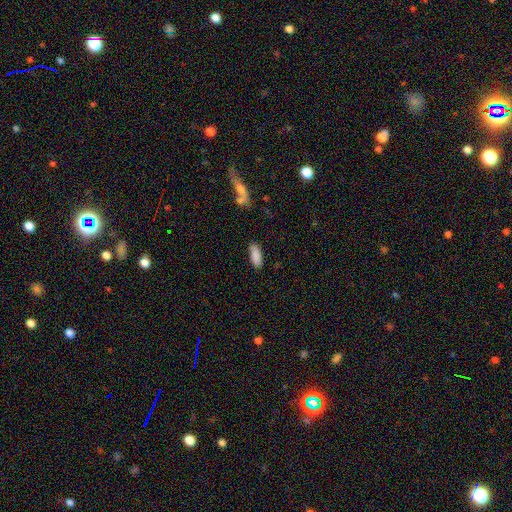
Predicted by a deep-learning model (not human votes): This is clearly a smooth galaxy (87%). How rounded: likely in between (75%). Merging: likely none (79%).